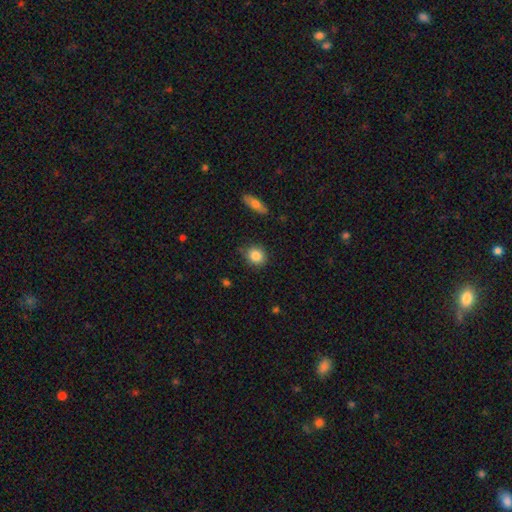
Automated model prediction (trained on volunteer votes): smooth_or_featured: smooth (p=0.85) [alt: star or artifact p=0.08]
how_rounded: round (p=0.82) [alt: in between p=0.17]
merging: none (p=0.82) [alt: minor disturbance p=0.13]